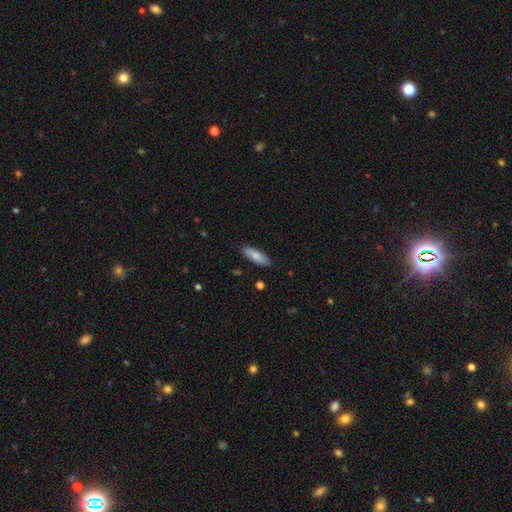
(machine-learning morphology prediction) Overall: smooth (82%). How rounded: in between (58%; cigar-shaped 40%). Merging: none (87%).